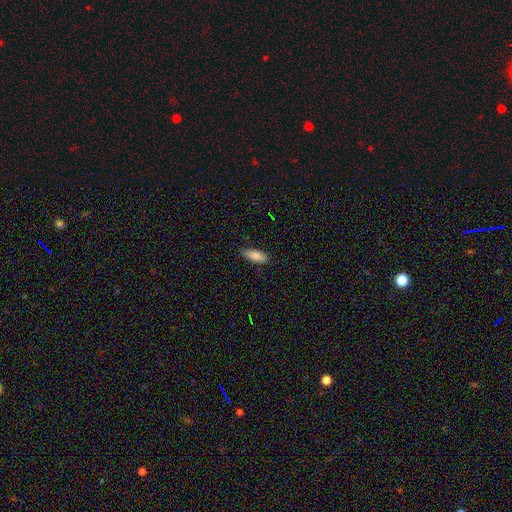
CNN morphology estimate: Smooth or featured: smooth — 84% (featured or disk — 9%)
How rounded: in between — 72% (cigar-shaped — 26%)
Merging: none — 82% (minor disturbance — 14%)